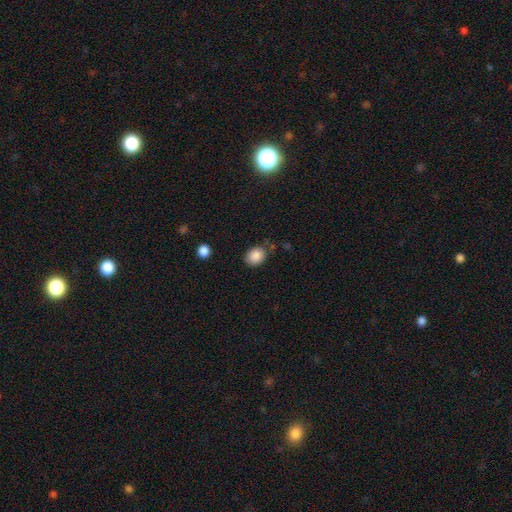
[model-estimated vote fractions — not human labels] Q: Smooth or featured?
A: smooth (87%); runner-up: star or artifact (8%)
Q: How rounded?
A: in between (53%); runner-up: round (46%)
Q: Merging?
A: none (75%); runner-up: minor disturbance (16%)